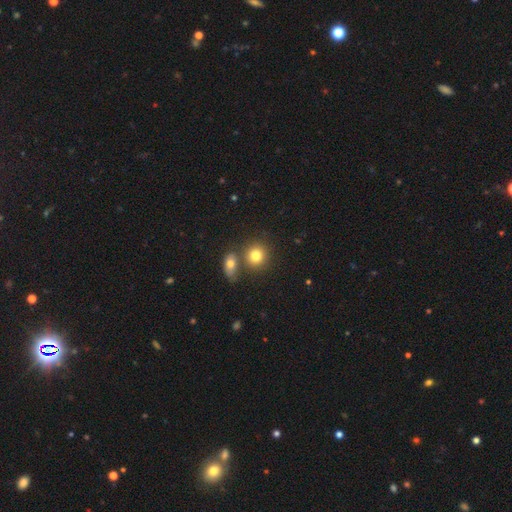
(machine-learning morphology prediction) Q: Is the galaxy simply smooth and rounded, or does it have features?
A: smooth — 80%.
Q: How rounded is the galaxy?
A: round — 80%.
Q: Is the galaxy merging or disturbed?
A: none — 62%.